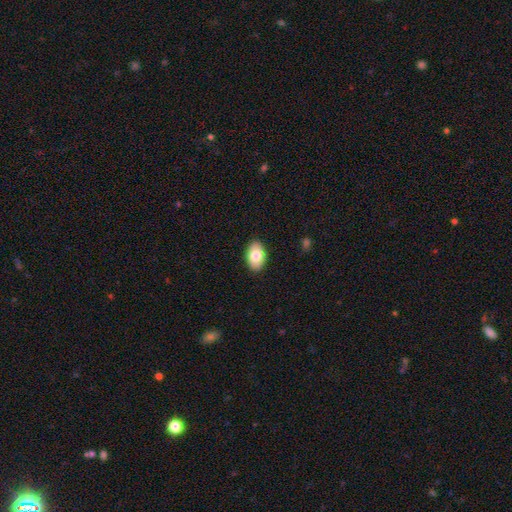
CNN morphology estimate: Smooth or featured? Predicted: smooth (p=0.80). How rounded? Predicted: in between (p=0.92). Merging? Predicted: none (p=0.89).